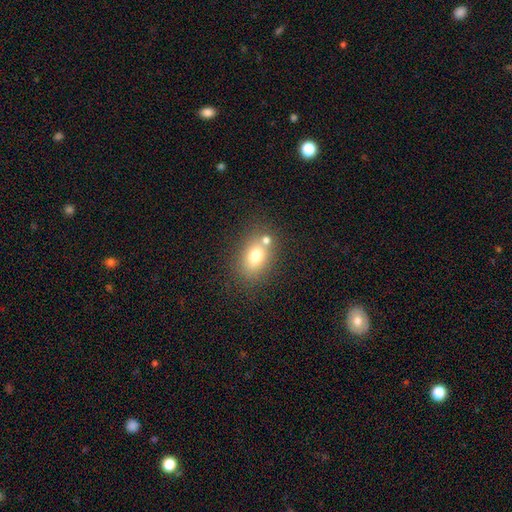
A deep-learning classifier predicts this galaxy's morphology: Smooth or featured? Predicted: smooth (p=0.73). How rounded? Predicted: in between (p=0.72). Merging? Predicted: none (p=0.61).